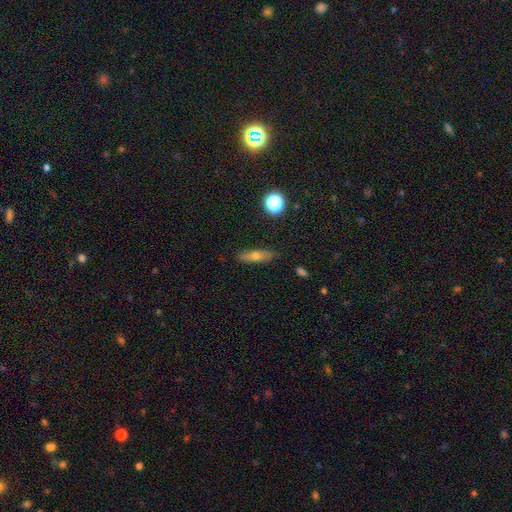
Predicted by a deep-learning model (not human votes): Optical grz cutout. It shows a smooth galaxy with no disk features (55%) that is cigar-shaped (65%). Merging: none (87%).